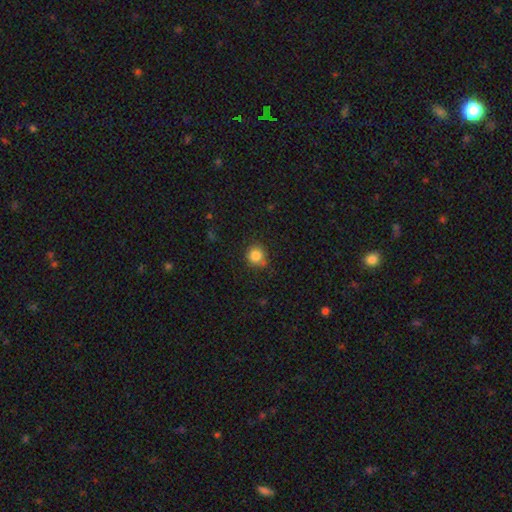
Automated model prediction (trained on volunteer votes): Q: Smooth or featured?
A: smooth (84%); runner-up: star or artifact (11%)
Q: How rounded?
A: round (90%); runner-up: in between (9%)
Q: Merging?
A: none (75%); runner-up: minor disturbance (18%)